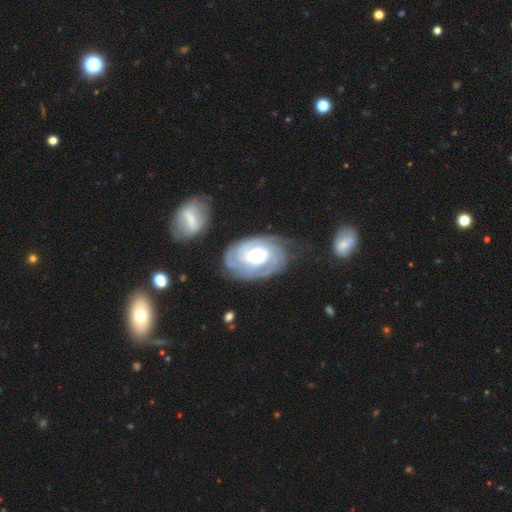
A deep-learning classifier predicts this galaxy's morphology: A featured or disk galaxy (81%) with no bar (68%), tight (71%) spiral arms (92%) and a moderate central bulge (58%).

Vote fractions:
- Smooth or featured? featured or disk: 81% / smooth: 14% / star or artifact: 5%
- Edge-on disk? no: 96% / yes: 4%
- Bar? no: 68% / weak: 25% / strong: 7%
- Spiral arms? yes: 92% / no: 8%
- Spiral winding? tight: 71% / medium: 22% / loose: 7%
- Spiral arm count? can't tell: 43% / 2: 24% / 3: 14% / 4: 7% / 1: 6% / more than 4: 5%
- Bulge size? moderate: 58% / large: 22% / small: 17% / dominant: 2% / none: 1%
- Merging? none: 62% / minor disturbance: 22% / major disturbance: 12% / merger: 4%